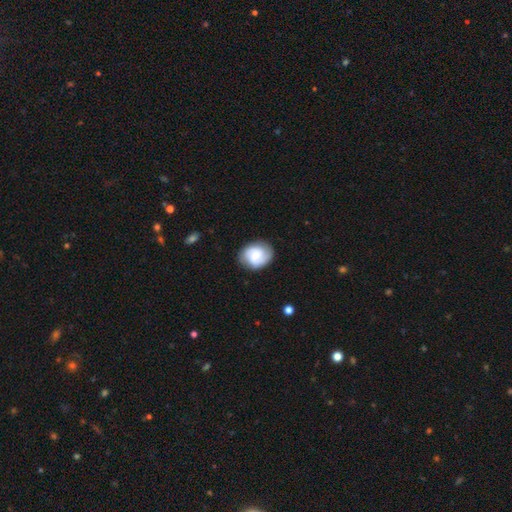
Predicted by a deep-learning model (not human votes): smooth_or_featured: featured or disk (p=0.58) [alt: smooth p=0.35]
disk_edge_on: no (p=0.98) [alt: yes p=0.02]
bar: no (p=0.46) [alt: weak p=0.45]
has_spiral_arms: yes (p=0.92) [alt: no p=0.08]
spiral_winding: medium (p=0.43) [alt: tight p=0.39]
spiral_arm_count: 2 (p=0.79) [alt: can't tell p=0.10]
bulge_size: small (p=0.44) [alt: moderate p=0.35]
merging: none (p=0.80) [alt: minor disturbance p=0.14]